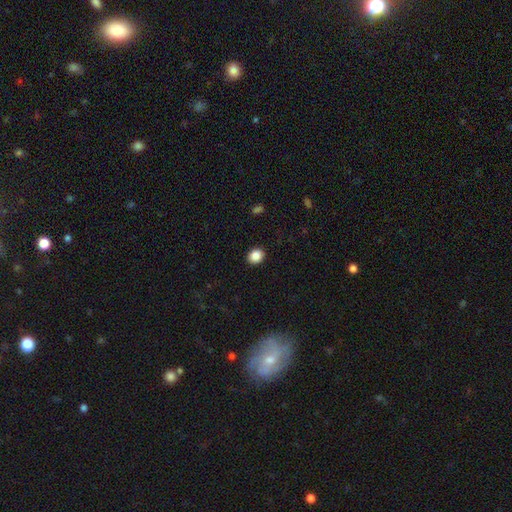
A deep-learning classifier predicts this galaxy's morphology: A smooth galaxy with no disk features (87%) that is round (61%). Merging: none (91%).